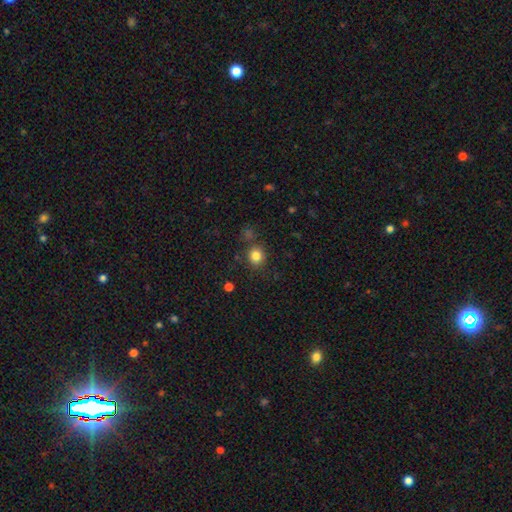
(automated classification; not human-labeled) Smooth or featured?
  - smooth: 82% *
  - star or artifact: 12%
  - featured or disk: 5%
How rounded?
  - round: 84% *
  - in between: 15%
  - cigar-shaped: 1%
Merging?
  - none: 82% *
  - minor disturbance: 9%
  - merger: 5%
  - major disturbance: 3%